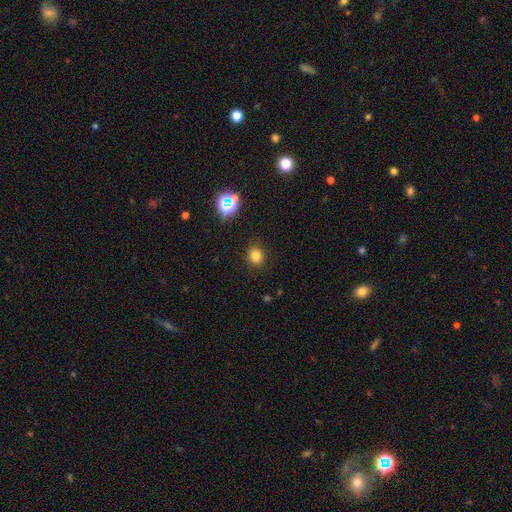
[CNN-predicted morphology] This is likely a smooth galaxy (78%). How rounded: likely round (71%). Merging: clearly none (89%).